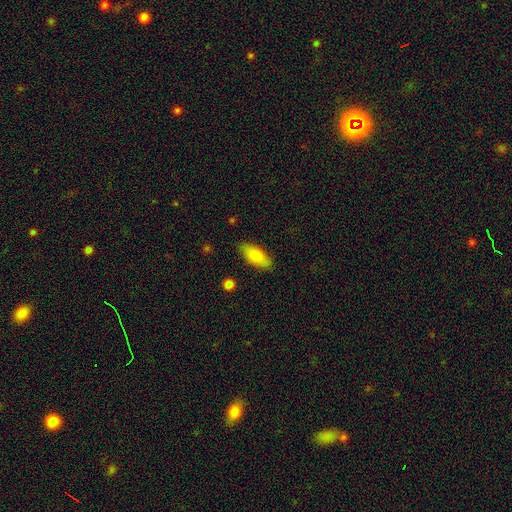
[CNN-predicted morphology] Q: Smooth or featured?
A: smooth (84%); runner-up: featured or disk (10%)
Q: How rounded?
A: in between (85%); runner-up: cigar-shaped (13%)
Q: Merging?
A: none (84%); runner-up: minor disturbance (12%)